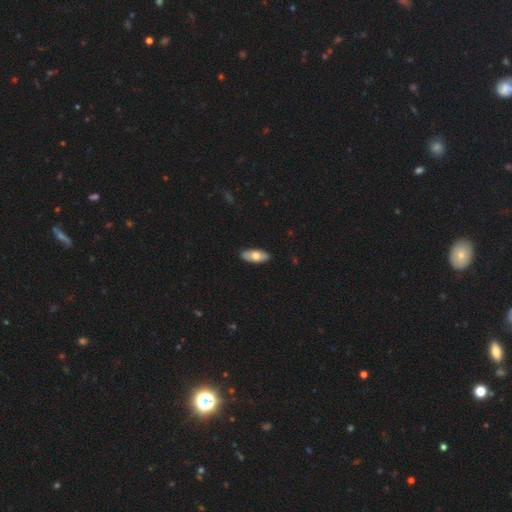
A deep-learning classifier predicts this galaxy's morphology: Smooth or featured?
  - smooth: 66% *
  - featured or disk: 29%
  - star or artifact: 5%
How rounded?
  - in between: 87% *
  - cigar-shaped: 11%
  - round: 2%
Merging?
  - none: 89% *
  - minor disturbance: 8%
  - major disturbance: 2%
  - merger: 1%